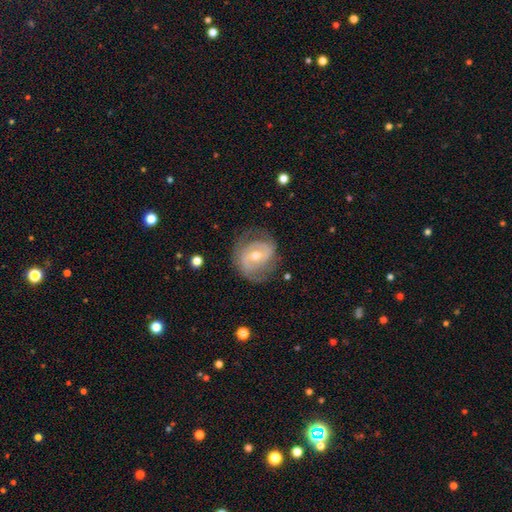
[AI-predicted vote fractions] Smooth or featured: featured or disk — 78% (smooth — 16%)
Edge-on disk: no — 97% (yes — 3%)
Bar: weak — 42% (no — 39%)
Spiral arms: yes — 87% (no — 13%)
Spiral winding: tight — 44% (medium — 39%)
Spiral arm count: 2 — 69% (can't tell — 17%)
Bulge size: moderate — 56% (small — 40%)
Merging: none — 68% (minor disturbance — 19%)